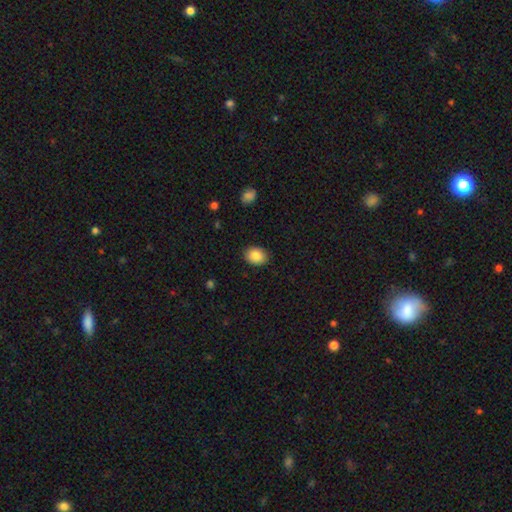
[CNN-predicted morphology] smooth 86%, star or artifact 8%, featured or disk 6%. Down the decision tree: how rounded — in between (62%); merging — none (88%).